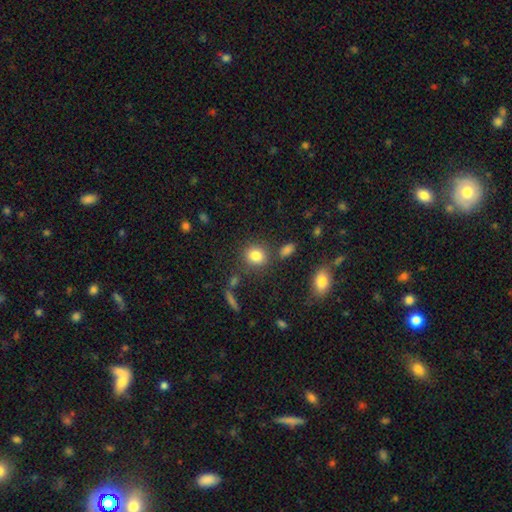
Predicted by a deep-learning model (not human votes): A smooth galaxy with no disk features (82%) that is round (70%). Merging: none (79%).